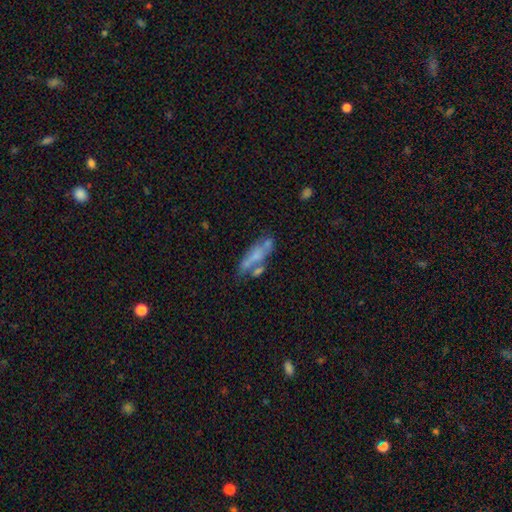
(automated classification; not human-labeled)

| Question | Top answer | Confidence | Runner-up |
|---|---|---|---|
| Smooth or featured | smooth | 47% | featured or disk (42%) |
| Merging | none | 40% | merger (27%) |